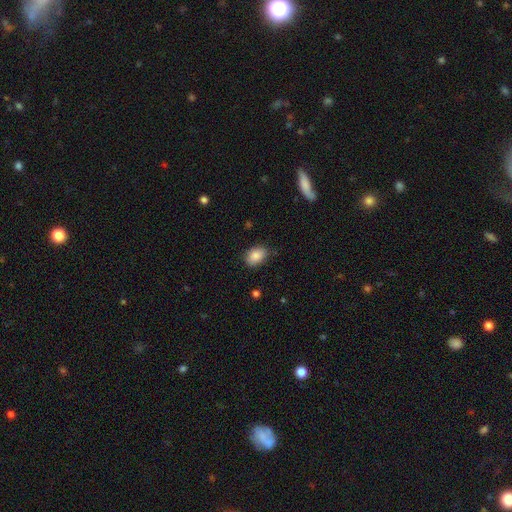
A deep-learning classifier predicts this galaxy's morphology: A smooth galaxy with no disk features (86%) that is in between round and cigar-shaped (80%).

Vote fractions:
- Smooth or featured? smooth: 86% / star or artifact: 8% / featured or disk: 6%
- How rounded? in between: 80% / round: 19% / cigar-shaped: 1%
- Merging? none: 77% / minor disturbance: 19% / major disturbance: 3% / merger: 1%